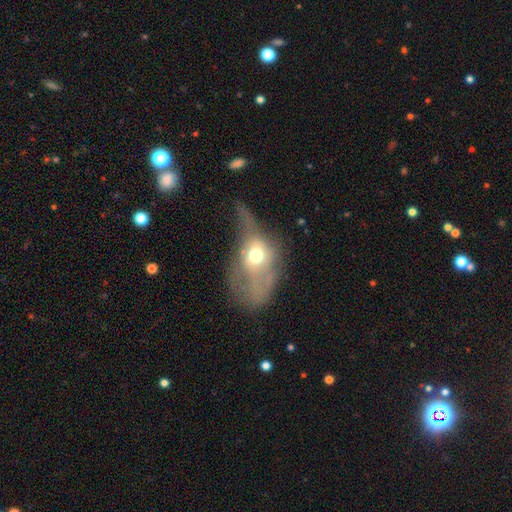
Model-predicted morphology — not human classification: type=smooth (46%); merging=major disturbance (54%).